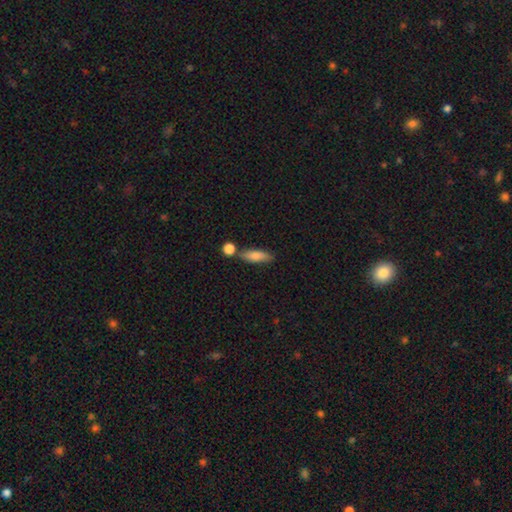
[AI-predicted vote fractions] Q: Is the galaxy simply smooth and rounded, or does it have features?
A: smooth — 80%.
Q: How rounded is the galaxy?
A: in between — 55%.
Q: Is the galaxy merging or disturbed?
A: none — 66%.